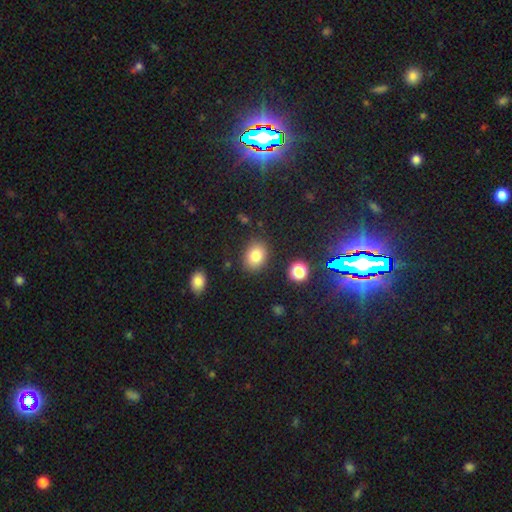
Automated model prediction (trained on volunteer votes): Smooth or featured?
  - smooth: 81% *
  - star or artifact: 11%
  - featured or disk: 8%
How rounded?
  - in between: 59% *
  - round: 40%
  - cigar-shaped: 1%
Merging?
  - none: 84% *
  - minor disturbance: 10%
  - major disturbance: 3%
  - merger: 3%